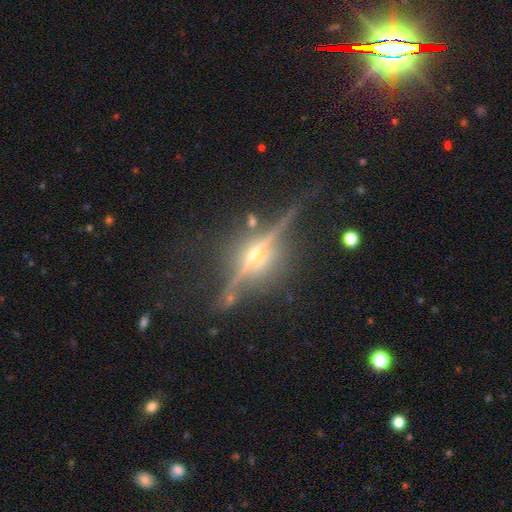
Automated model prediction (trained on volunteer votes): smooth-or-featured: featured or disk: 88% | star or artifact: 8% | smooth: 4%
  disk-edge-on: yes: 96% | no: 4%
    edge-on-bulge: rounded: 93% | boxy: 5% | none: 3%
  merging: none: 82% | minor disturbance: 12% | major disturbance: 4% | merger: 2%